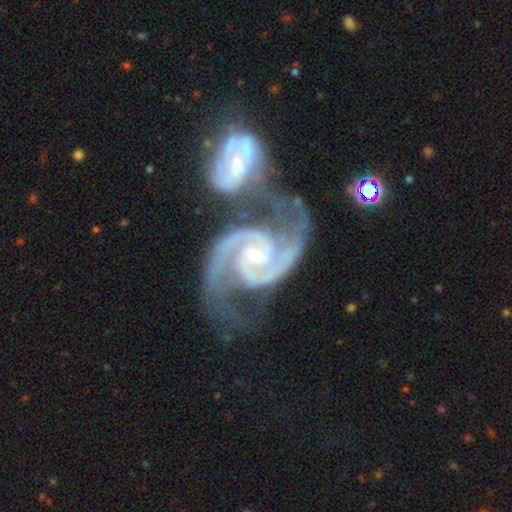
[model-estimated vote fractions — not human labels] Morphology: type=featured or disk (94%); edge-on=no (98%); bar=no (41%); spiral arms=yes (99%); winding=medium (59%); arm count=2 (90%); bulge=small (70%); merging=merger (55%).